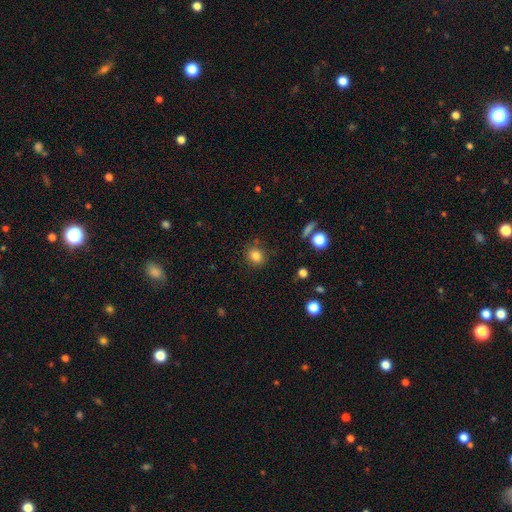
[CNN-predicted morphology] type=smooth (82%); roundness=round (75%); merging=none (83%).